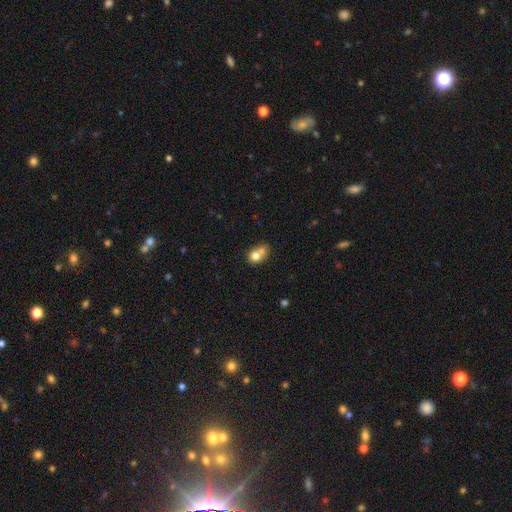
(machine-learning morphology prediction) smooth 72%, featured or disk 18%, star or artifact 10%. Down the decision tree: how rounded — round (57%); merging — merger (55%).